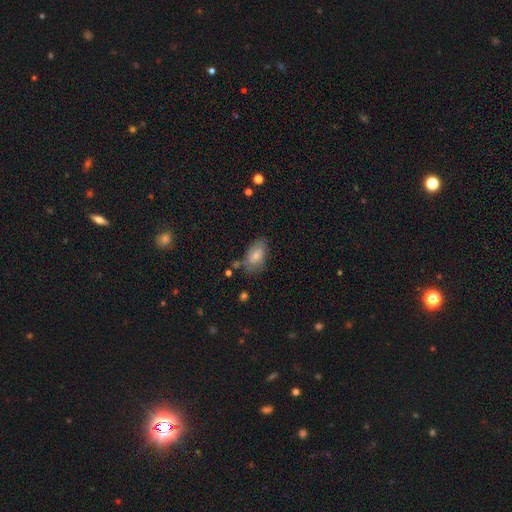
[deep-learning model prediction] Smooth or featured?
  - smooth: 63% *
  - featured or disk: 30%
  - star or artifact: 8%
How rounded?
  - in between: 91% *
  - round: 6%
  - cigar-shaped: 3%
Merging?
  - none: 62% *
  - minor disturbance: 25%
  - major disturbance: 8%
  - merger: 5%